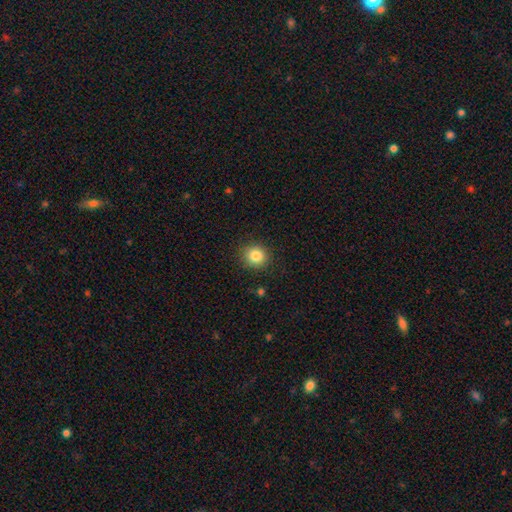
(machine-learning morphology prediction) smooth_or_featured: smooth (p=0.84) [alt: star or artifact p=0.11]
how_rounded: round (p=0.90) [alt: in between p=0.09]
merging: none (p=0.90) [alt: minor disturbance p=0.07]